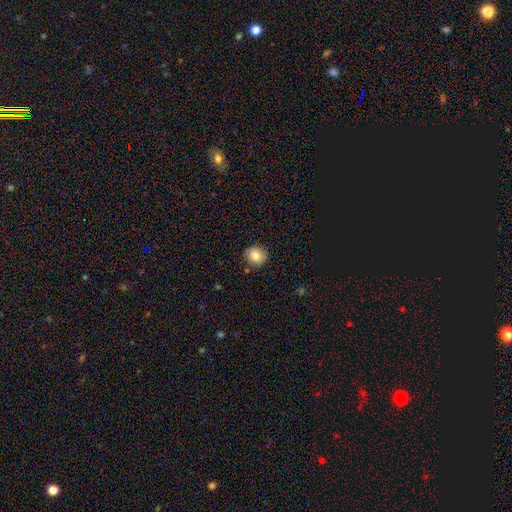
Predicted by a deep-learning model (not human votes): Q: Smooth or featured?
A: smooth (84%); runner-up: star or artifact (9%)
Q: How rounded?
A: round (83%); runner-up: in between (16%)
Q: Merging?
A: none (85%); runner-up: minor disturbance (11%)